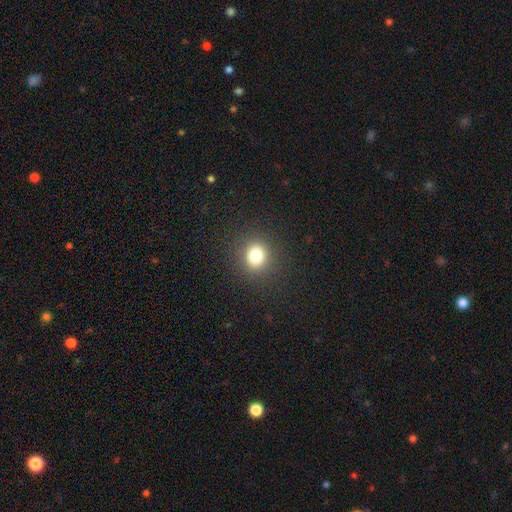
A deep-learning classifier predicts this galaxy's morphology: Smooth or featured? smooth (80%)
How rounded? round (82%)
Merging? none (89%)